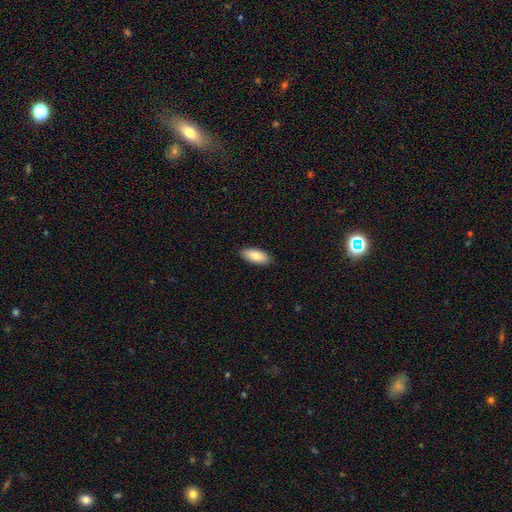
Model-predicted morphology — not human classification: This appears to be a smooth galaxy with no disk features (84%) that is in between round and cigar-shaped (87%). Merging: none (90%).